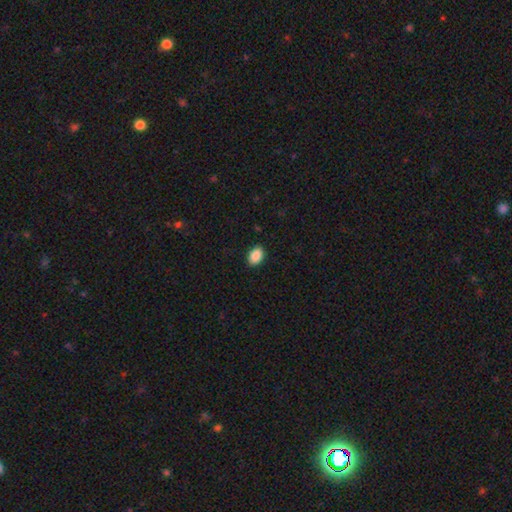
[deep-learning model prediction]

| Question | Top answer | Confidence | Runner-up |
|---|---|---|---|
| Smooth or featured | smooth | 89% | star or artifact (7%) |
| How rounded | in between | 85% | round (13%) |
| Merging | none | 90% | minor disturbance (8%) |